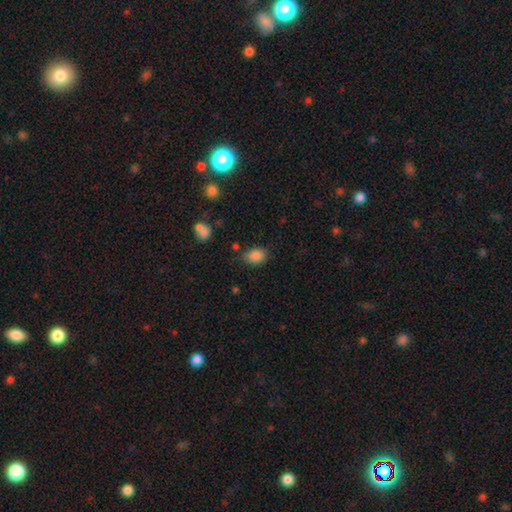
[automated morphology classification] Smooth or featured?
  - smooth: 85% *
  - star or artifact: 10%
  - featured or disk: 5%
How rounded?
  - in between: 72% *
  - round: 27%
  - cigar-shaped: 1%
Merging?
  - none: 74% *
  - minor disturbance: 19%
  - major disturbance: 4%
  - merger: 4%